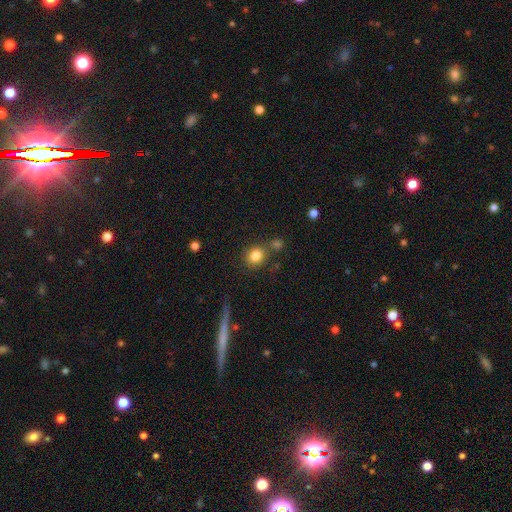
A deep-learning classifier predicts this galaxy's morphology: type=smooth (83%); roundness=round (76%); merging=none (73%).